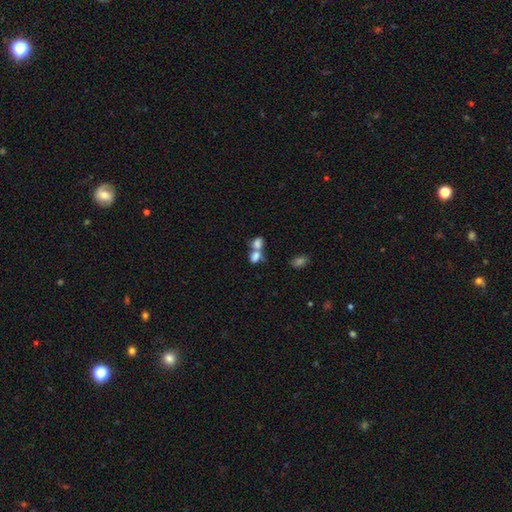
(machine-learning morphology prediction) smooth_or_featured: smooth (p=0.78) [alt: featured or disk p=0.12]
how_rounded: in between (p=0.69) [alt: round p=0.29]
merging: merger (p=0.67) [alt: none p=0.22]